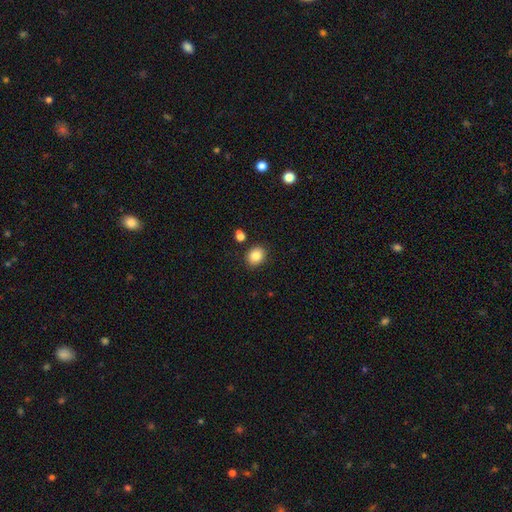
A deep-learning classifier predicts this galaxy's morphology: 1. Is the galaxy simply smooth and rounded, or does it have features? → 86% smooth, 9% star or artifact, 5% featured or disk.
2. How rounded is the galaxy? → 55% round, 44% in between, 1% cigar-shaped.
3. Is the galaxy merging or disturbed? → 86% none, 8% minor disturbance, 4% merger, 2% major disturbance.